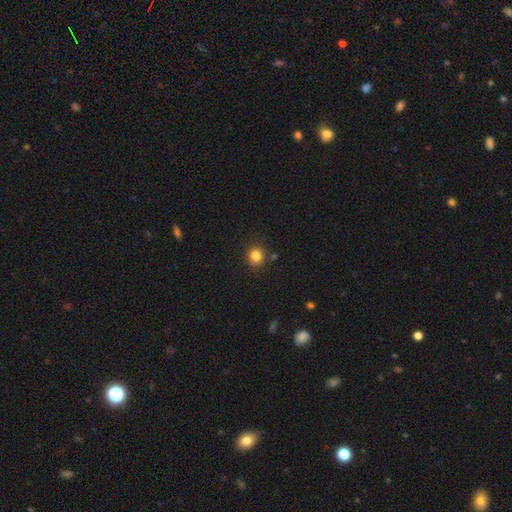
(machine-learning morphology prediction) smooth-or-featured: smooth: 83% | star or artifact: 12% | featured or disk: 5%
  how-rounded: round: 87% | in between: 12% | cigar-shaped: 1%
  merging: none: 86% | minor disturbance: 8% | merger: 3% | major disturbance: 2%